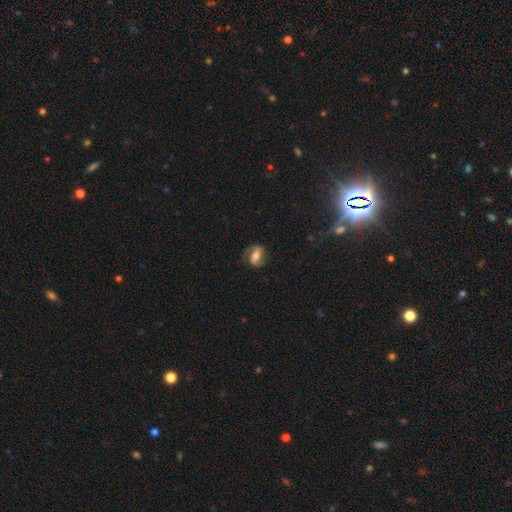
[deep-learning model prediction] Smooth or featured: featured or disk — 60% (smooth — 32%)
Edge-on disk: no — 95% (yes — 5%)
Bar: strong — 41% (weak — 34%)
Spiral arms: yes — 86% (no — 14%)
Bulge size: moderate — 58% (small — 19%)
Merging: none — 69% (minor disturbance — 19%)